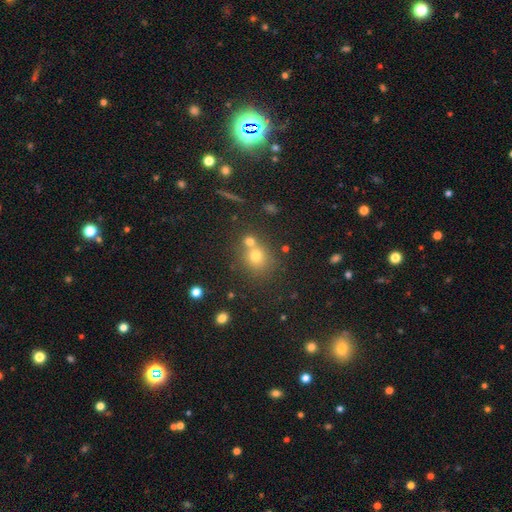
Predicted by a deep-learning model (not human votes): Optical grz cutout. It shows a smooth galaxy with no disk features (63%) that is round (82%). Merging: none (58%).